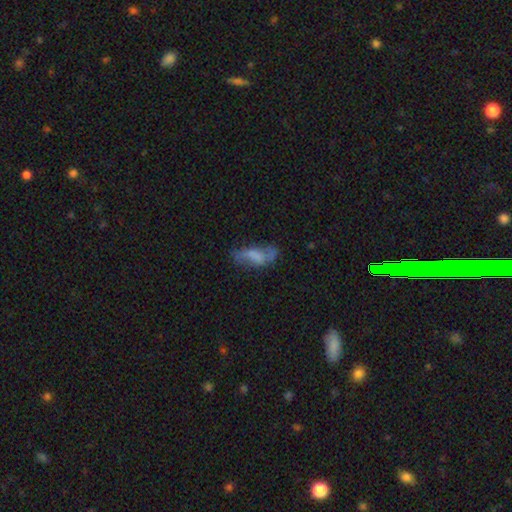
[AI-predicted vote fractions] Smooth or featured: smooth — 50% (featured or disk — 40%)
Merging: none — 41% (minor disturbance — 28%)